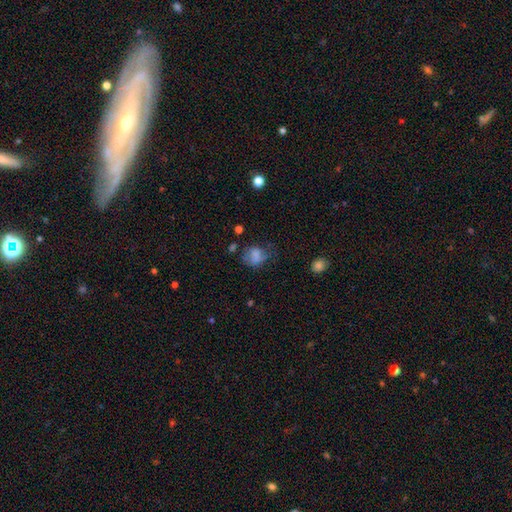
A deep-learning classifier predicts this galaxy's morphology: Smooth or featured? smooth (67%)
How rounded? in between (49%, tied with round)
Merging? none (41%)